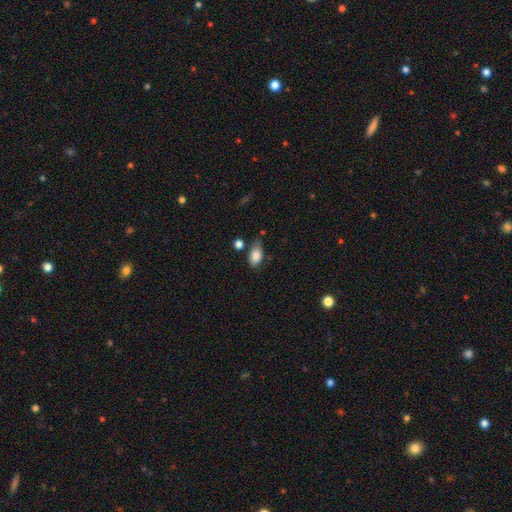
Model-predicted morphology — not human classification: Smooth or featured?
  - smooth: 85% *
  - star or artifact: 8%
  - featured or disk: 7%
How rounded?
  - in between: 90% *
  - round: 6%
  - cigar-shaped: 4%
Merging?
  - none: 57% *
  - minor disturbance: 29%
  - major disturbance: 7%
  - merger: 7%